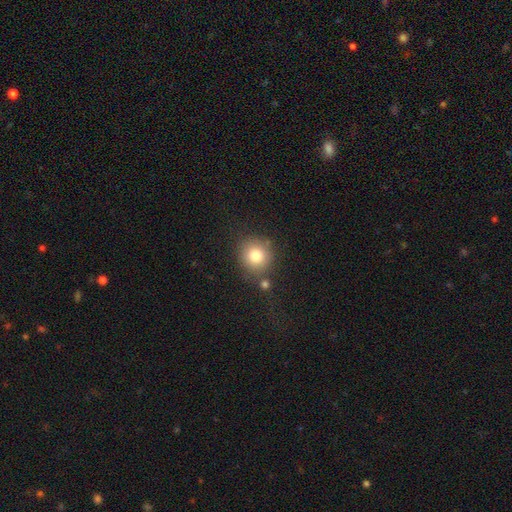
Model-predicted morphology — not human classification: Smooth or featured? Predicted: smooth (p=0.80). How rounded? Predicted: round (p=0.90). Merging? Predicted: none (p=0.76).